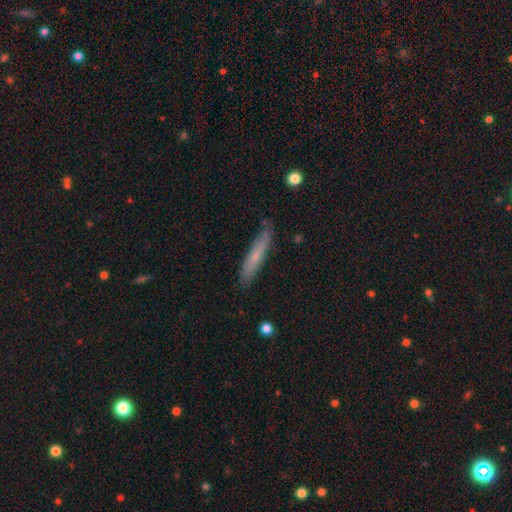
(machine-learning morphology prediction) Smooth or featured? Predicted: smooth (p=0.63). How rounded? Predicted: cigar-shaped (p=0.91). Merging? Predicted: none (p=0.81).